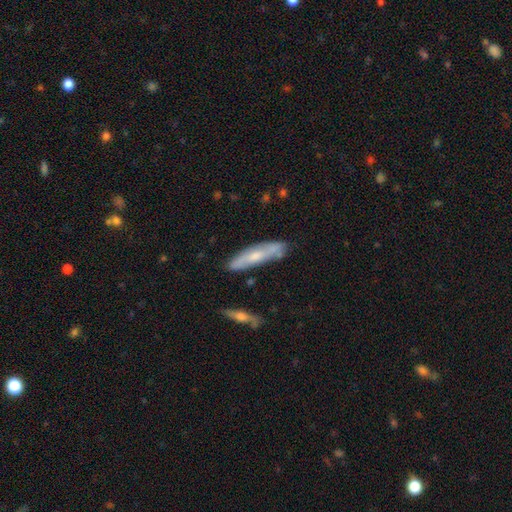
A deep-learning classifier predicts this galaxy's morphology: This is possibly a featured or disk galaxy (47%). Merging: likely none (75%).